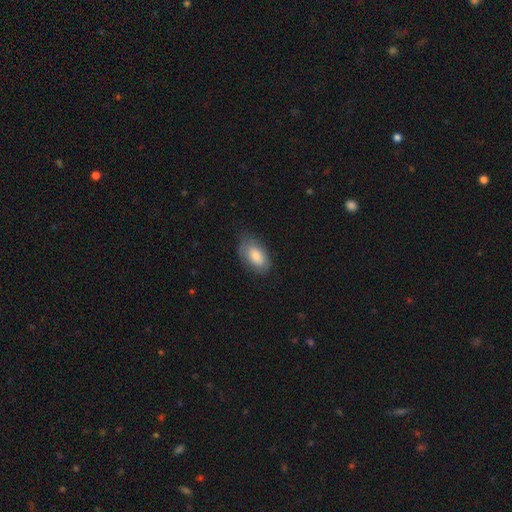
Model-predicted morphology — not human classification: Smooth or featured: smooth — 79% (featured or disk — 15%)
How rounded: in between — 93% (round — 4%)
Merging: none — 67% (minor disturbance — 25%)